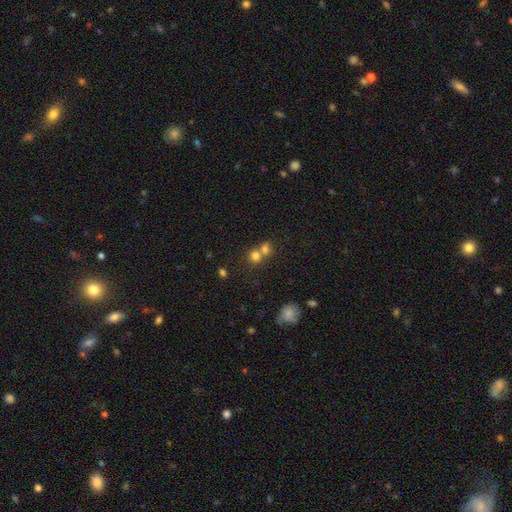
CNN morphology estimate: Overall: smooth (76%). How rounded: round (83%). Merging: merger (47%; none 44%).